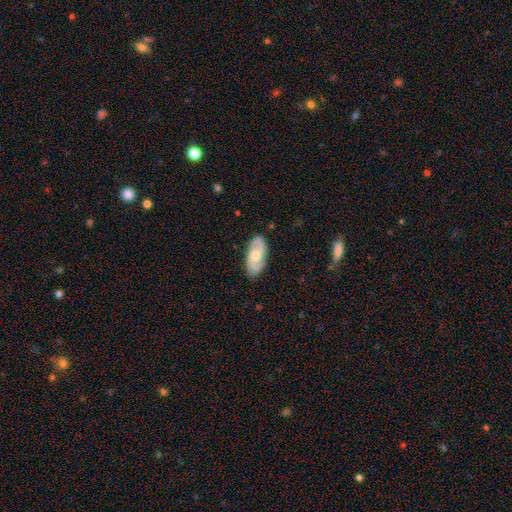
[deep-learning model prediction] Q: Smooth or featured?
A: featured or disk (70%); runner-up: smooth (25%)
Q: Edge-on disk?
A: no (94%); runner-up: yes (6%)
Q: Bar?
A: no (63%); runner-up: weak (32%)
Q: Spiral arms?
A: yes (93%); runner-up: no (7%)
Q: Spiral winding?
A: medium (47%); runner-up: tight (32%)
Q: Spiral arm count?
A: 2 (80%); runner-up: can't tell (10%)
Q: Bulge size?
A: moderate (50%); runner-up: small (43%)
Q: Merging?
A: none (82%); runner-up: minor disturbance (14%)